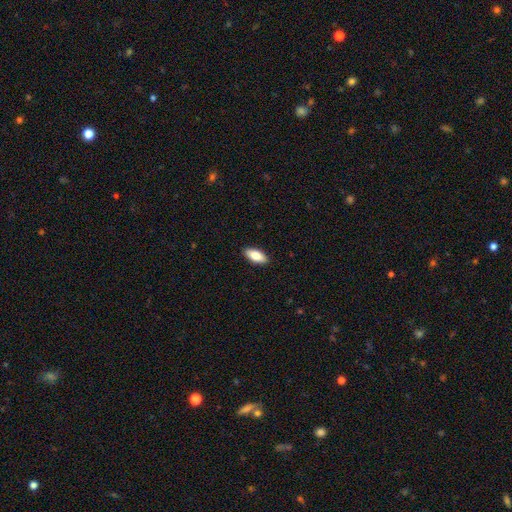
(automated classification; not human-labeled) The model was most divided on "smooth or featured": smooth: 80%, featured or disk: 13%, star or artifact: 6%. More confident: merging — none (90%); how rounded — in between (85%).